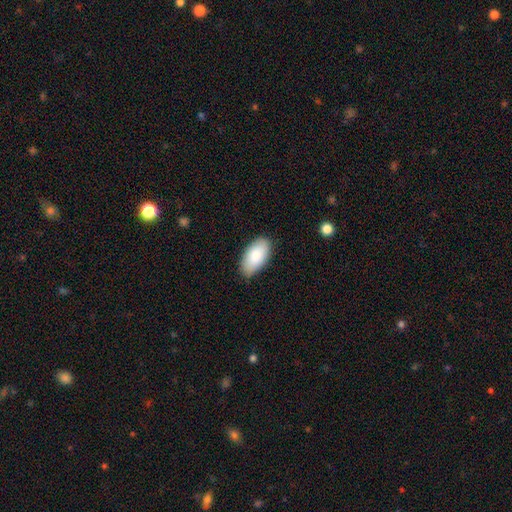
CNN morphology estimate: smooth_or_featured: smooth (p=0.84) [alt: featured or disk p=0.11]
how_rounded: in between (p=0.95) [alt: cigar-shaped p=0.03]
merging: none (p=0.84) [alt: minor disturbance p=0.12]